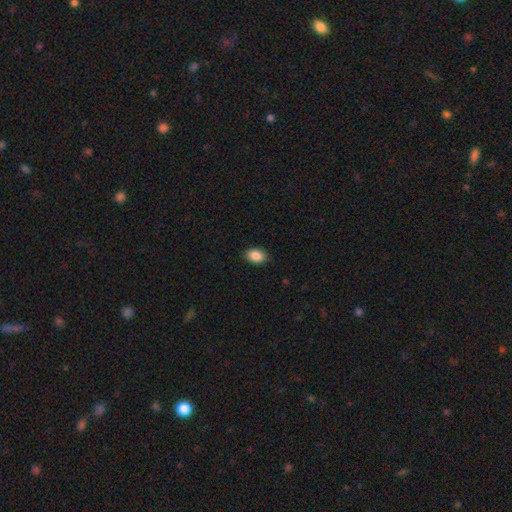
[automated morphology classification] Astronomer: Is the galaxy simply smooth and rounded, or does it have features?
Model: smooth — 89%.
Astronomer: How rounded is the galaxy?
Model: in between — 85%.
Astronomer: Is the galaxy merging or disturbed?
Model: none — 88%.